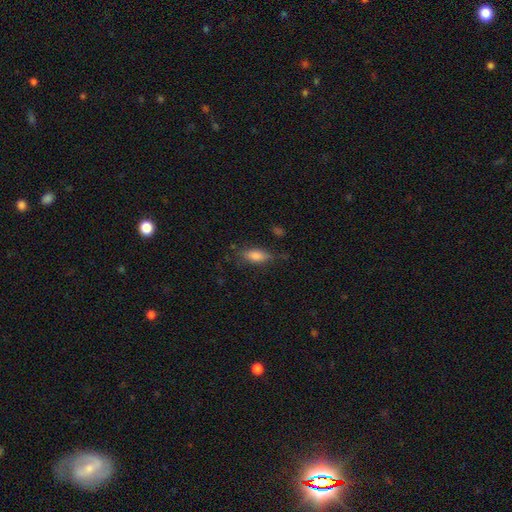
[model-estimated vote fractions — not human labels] The model was most divided on "merging": none: 67%, minor disturbance: 23%, major disturbance: 8%, merger: 2%. More confident: smooth or featured — smooth (77%); how rounded — in between (72%).